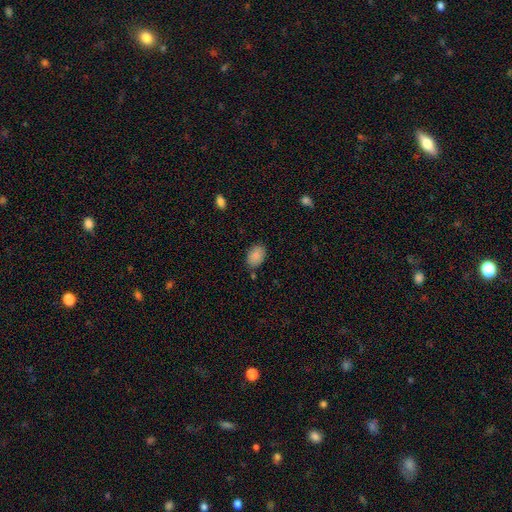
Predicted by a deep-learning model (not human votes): smooth_or_featured: smooth (p=0.88) [alt: star or artifact p=0.07]
how_rounded: in between (p=0.87) [alt: round p=0.12]
merging: none (p=0.82) [alt: minor disturbance p=0.12]